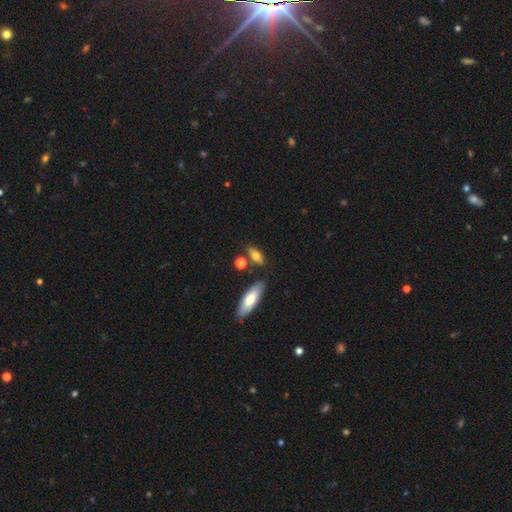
Morphology: type=smooth (67%); roundness=in between (65%); merging=none (58%).